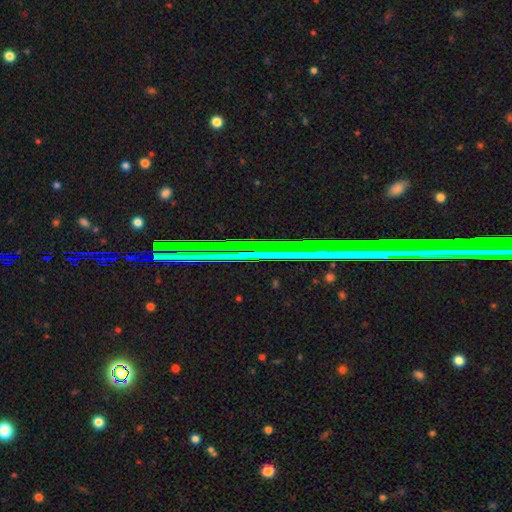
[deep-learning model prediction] The model was most divided on "smooth or featured": star or artifact: 81%, featured or disk: 10%, smooth: 8%.